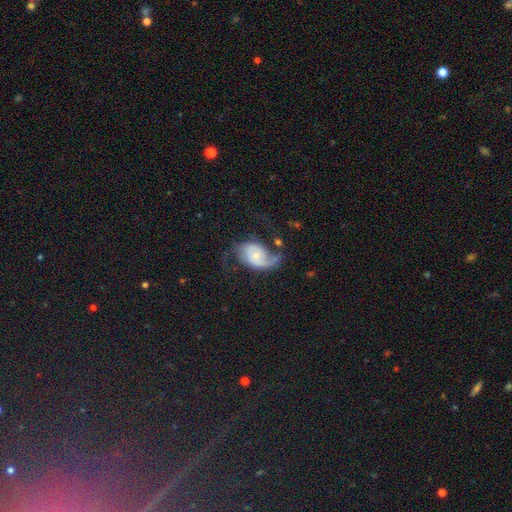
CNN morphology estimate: A featured or disk galaxy (71%) with no bar (65%), 2 (58%) loose (52%) spiral arms (88%) and a small central bulge (53%).

Vote fractions:
- Smooth or featured? featured or disk: 71% / smooth: 22% / star or artifact: 7%
- Edge-on disk? no: 97% / yes: 3%
- Bar? no: 65% / weak: 28% / strong: 6%
- Spiral arms? yes: 88% / no: 12%
- Spiral winding? loose: 52% / medium: 35% / tight: 13%
- Spiral arm count? 2: 58% / 1: 31% / can't tell: 7% / 3: 2% / 4: 1% / more than 4: 1%
- Bulge size? small: 53% / moderate: 38% / large: 4% / none: 3% / dominant: 2%
- Merging? none: 40% / major disturbance: 35% / minor disturbance: 21% / merger: 4%